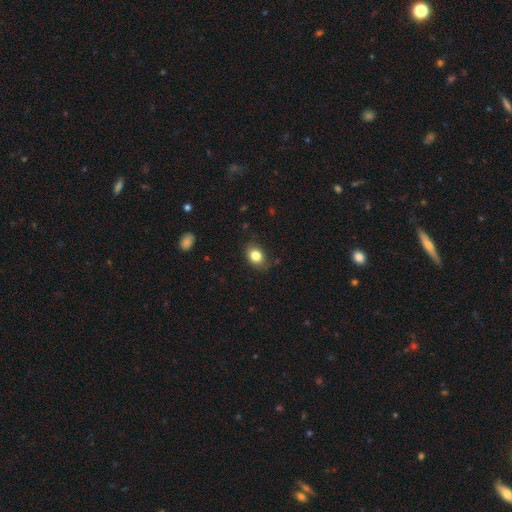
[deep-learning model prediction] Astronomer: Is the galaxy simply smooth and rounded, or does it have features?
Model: smooth — 83%.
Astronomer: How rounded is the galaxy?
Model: in between — 66%.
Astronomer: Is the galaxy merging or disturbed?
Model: none — 78%.